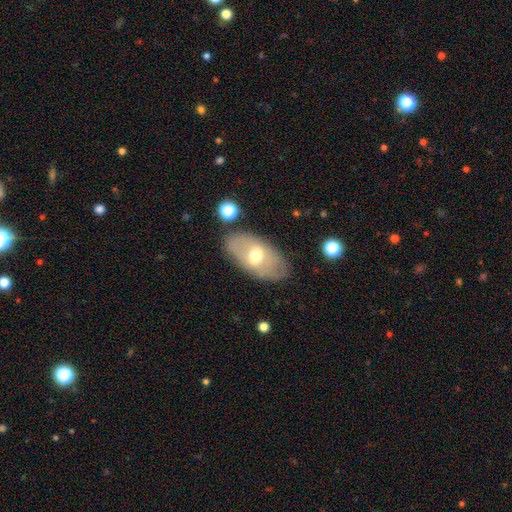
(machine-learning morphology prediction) smooth-or-featured: smooth: 51% | featured or disk: 42% | star or artifact: 7%
  how-rounded: in between: 92% | round: 6% | cigar-shaped: 2%
  merging: none: 78% | minor disturbance: 14% | major disturbance: 5% | merger: 3%